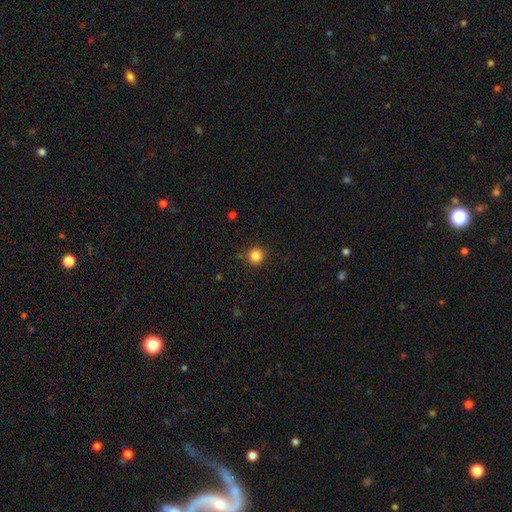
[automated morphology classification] Smooth or featured? smooth (85%)
How rounded? round (95%)
Merging? none (89%)